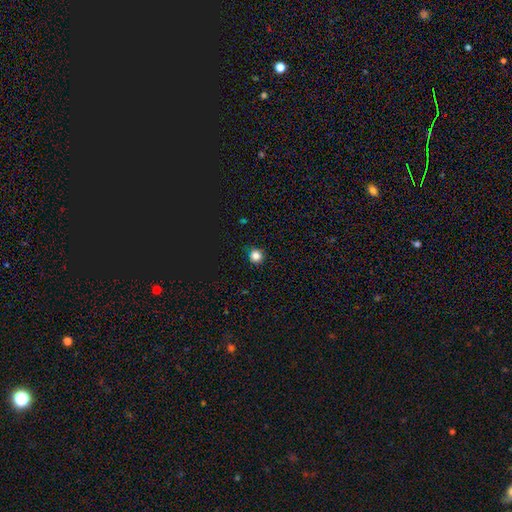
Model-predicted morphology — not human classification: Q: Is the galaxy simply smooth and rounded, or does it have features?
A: smooth — 82%.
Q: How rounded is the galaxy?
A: round — 94%.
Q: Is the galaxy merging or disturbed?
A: none — 90%.